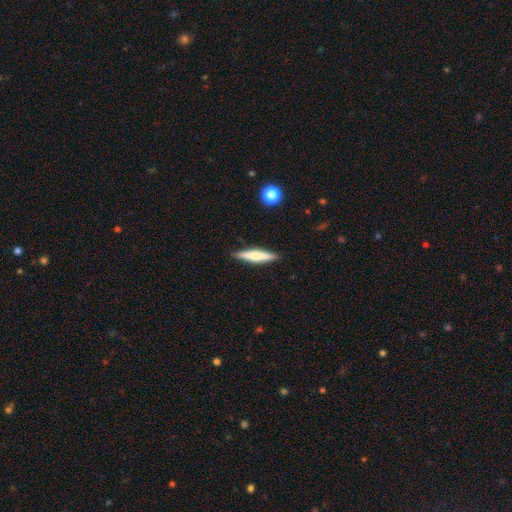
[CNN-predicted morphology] The model was most divided on "smooth or featured": smooth: 51%, featured or disk: 43%, star or artifact: 6%. More confident: merging — none (90%); how rounded — cigar-shaped (88%).